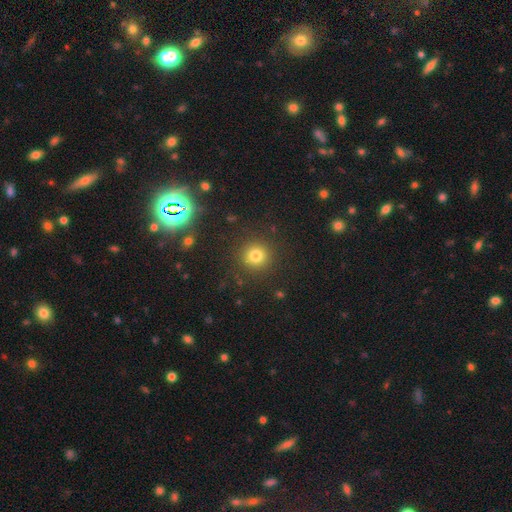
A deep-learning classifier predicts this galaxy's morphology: Smooth or featured: smooth — 79% (star or artifact — 14%)
How rounded: round — 93% (in between — 6%)
Merging: none — 89% (minor disturbance — 6%)